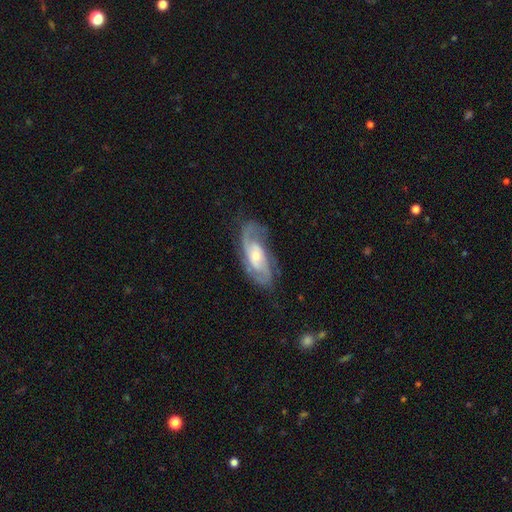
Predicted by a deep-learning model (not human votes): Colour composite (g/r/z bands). It shows a featured or disk galaxy (83%) with no bar (59%), 2 (61%) medium (44%) spiral arms (95%) and a moderate central bulge (48%). Merging: none (70%).